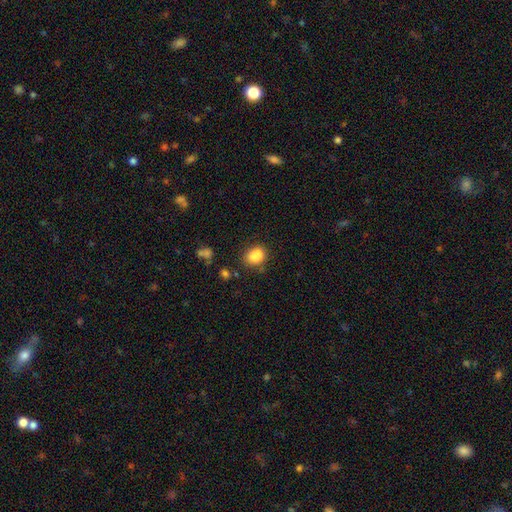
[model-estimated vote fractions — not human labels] This appears to be a smooth galaxy with no disk features (79%) that is round (51%). Merging: none (49%).